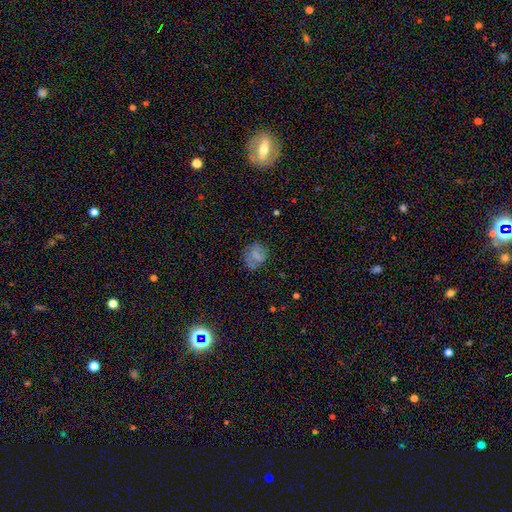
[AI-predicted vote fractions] This is likely a smooth galaxy (62%). How rounded: likely round (68%). Merging: likely none (63%).